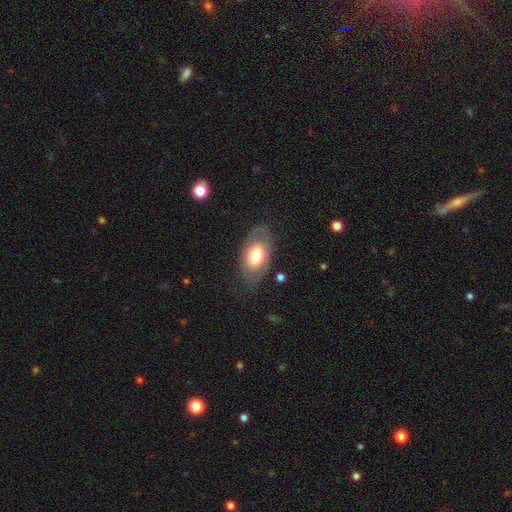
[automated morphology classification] Q: Smooth or featured?
A: smooth (61%); runner-up: featured or disk (33%)
Q: How rounded?
A: in between (91%); runner-up: round (7%)
Q: Merging?
A: none (73%); runner-up: minor disturbance (17%)